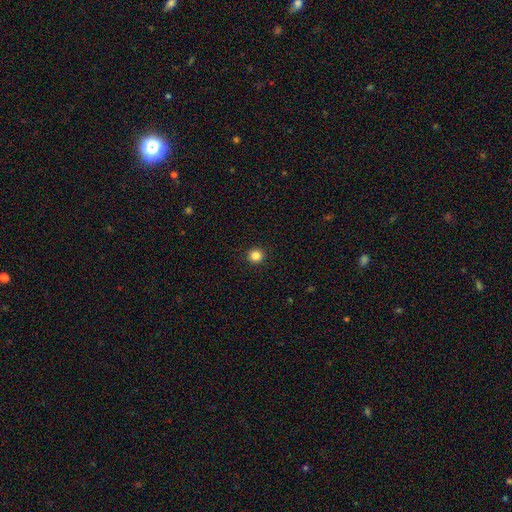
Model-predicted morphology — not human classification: Overall: smooth (85%). How rounded: round (94%). Merging: none (93%).